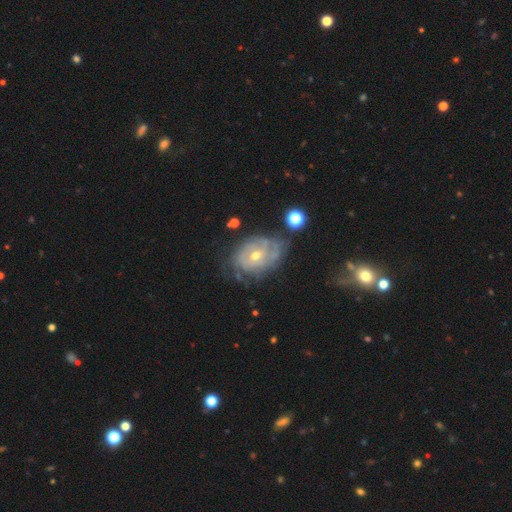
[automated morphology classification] This is likely a featured or disk galaxy (79%). It is clearly not viewed edge-on (96%). Bar: likely no (69%). Spiral arm pattern: clearly yes (81%). Spiral arm count: possibly can't tell (54%). Spiral winding: likely tight (69%). Central bulge: possibly moderate (49%). Merging: possibly none (52%).